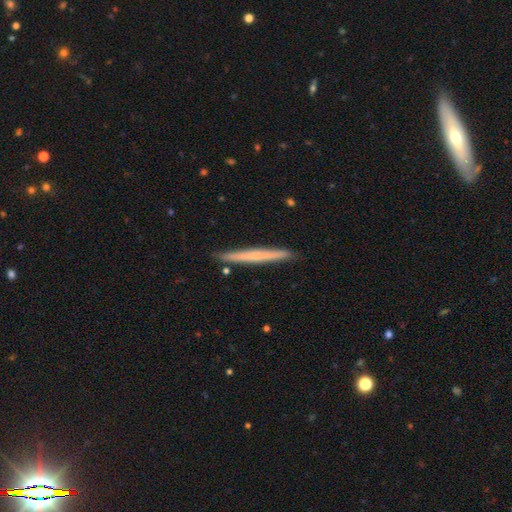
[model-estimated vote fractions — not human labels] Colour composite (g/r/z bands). It shows a smooth galaxy with no disk features (53%) that is cigar-shaped (97%). Merging: none (91%).